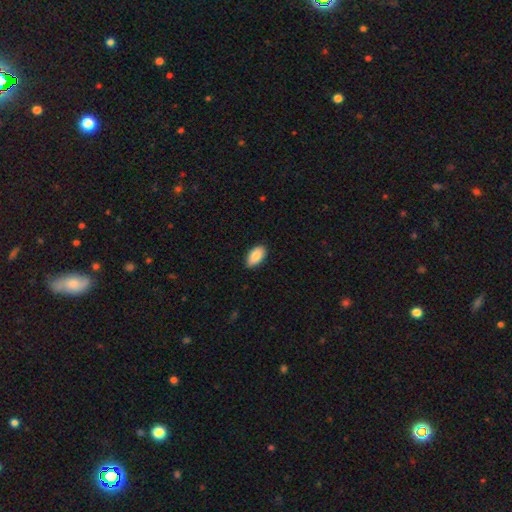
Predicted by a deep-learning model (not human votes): A smooth galaxy with no disk features (88%) that is in between round and cigar-shaped (94%). Merging: none (86%).